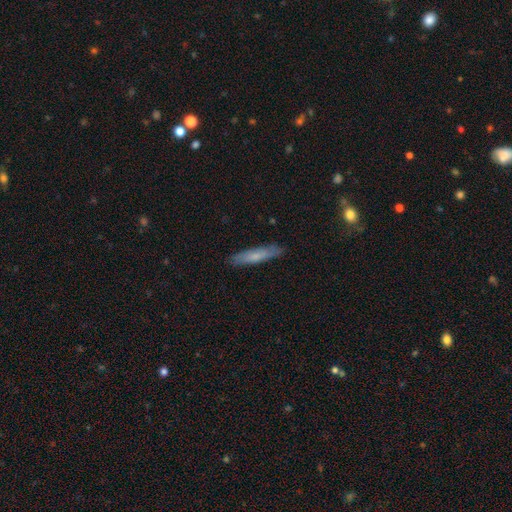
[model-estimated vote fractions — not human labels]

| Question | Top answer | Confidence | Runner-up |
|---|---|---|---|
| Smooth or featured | smooth | 68% | featured or disk (26%) |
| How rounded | cigar-shaped | 87% | in between (12%) |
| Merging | none | 87% | minor disturbance (10%) |